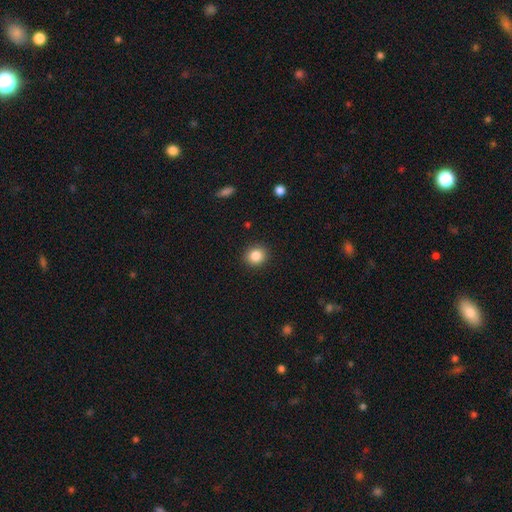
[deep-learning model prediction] Morphology: type=smooth (85%); roundness=round (83%); merging=none (91%).